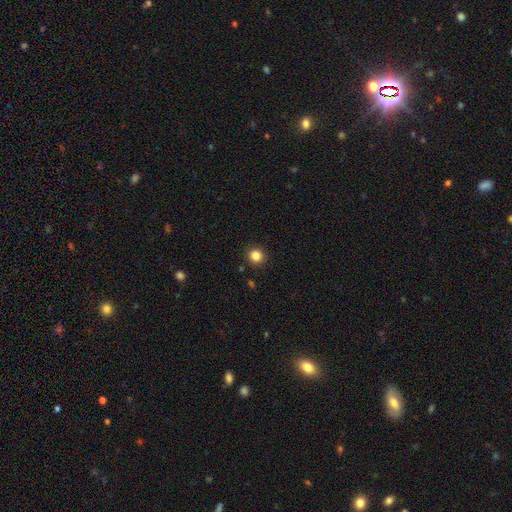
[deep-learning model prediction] smooth-or-featured: smooth: 84% | star or artifact: 12% | featured or disk: 4%
  how-rounded: round: 93% | in between: 7% | cigar-shaped: 1%
  merging: none: 91% | minor disturbance: 5% | major disturbance: 2% | merger: 1%